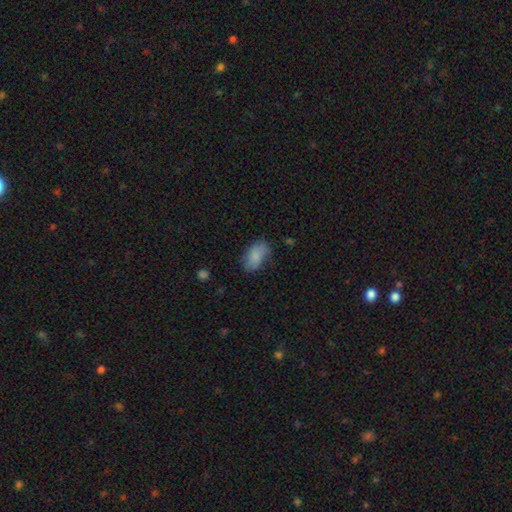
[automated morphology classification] Overall: smooth (84%). How rounded: in between (92%). Merging: none (65%; minor disturbance 26%).